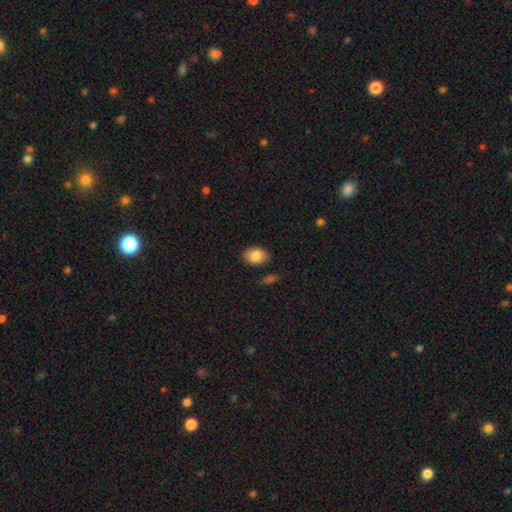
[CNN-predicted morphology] A smooth galaxy with no disk features (84%) that is in between round and cigar-shaped (77%).

Vote fractions:
- Smooth or featured? smooth: 84% / featured or disk: 8% / star or artifact: 8%
- How rounded? in between: 77% / round: 22% / cigar-shaped: 1%
- Merging? none: 82% / minor disturbance: 13% / major disturbance: 3% / merger: 2%